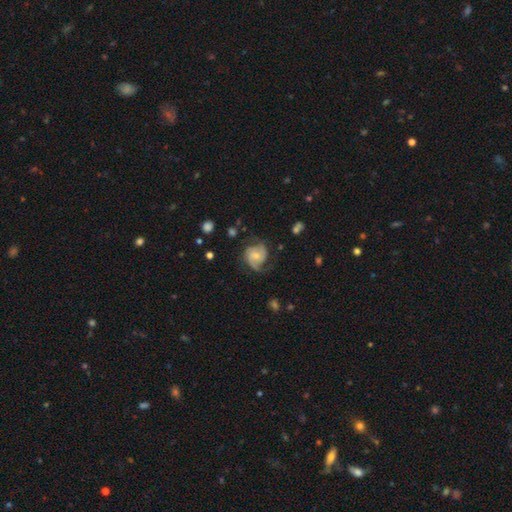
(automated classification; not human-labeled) Smooth or featured?
  - featured or disk: 74% *
  - smooth: 19%
  - star or artifact: 7%
Edge-on disk?
  - no: 98% *
  - yes: 2%
Bar?
  - no: 63% *
  - weak: 31%
  - strong: 6%
Spiral arms?
  - yes: 93% *
  - no: 7%
Spiral winding?
  - medium: 43% *
  - tight: 34%
  - loose: 23%
Spiral arm count?
  - 2: 67% *
  - can't tell: 12%
  - 1: 8%
  - 3: 8%
  - 4: 2%
  - more than 4: 2%
Bulge size?
  - small: 52% *
  - moderate: 40%
  - none: 4%
  - large: 3%
  - dominant: 1%
Merging?
  - none: 59% *
  - minor disturbance: 24%
  - major disturbance: 16%
  - merger: 2%